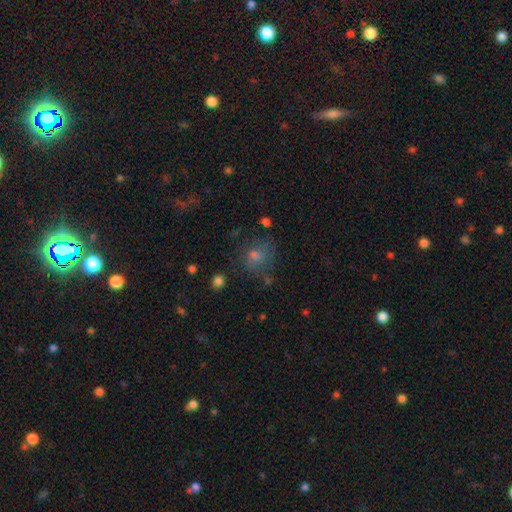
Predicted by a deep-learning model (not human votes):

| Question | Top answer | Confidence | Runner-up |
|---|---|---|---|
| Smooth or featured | smooth | 55% | star or artifact (26%) |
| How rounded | round | 74% | in between (25%) |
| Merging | none | 67% | minor disturbance (18%) |